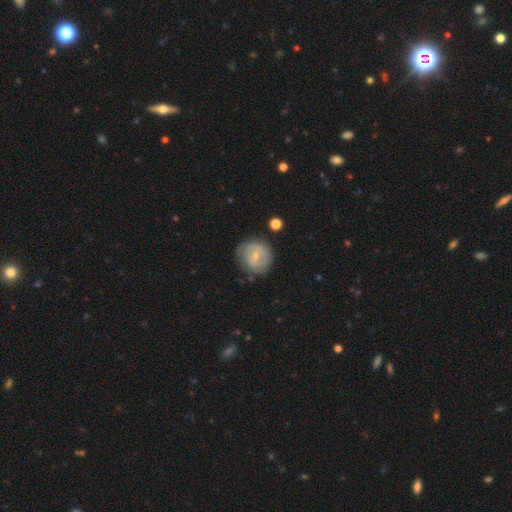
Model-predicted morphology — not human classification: Overall: smooth (47%; featured or disk 46%). Merging: none (70%).